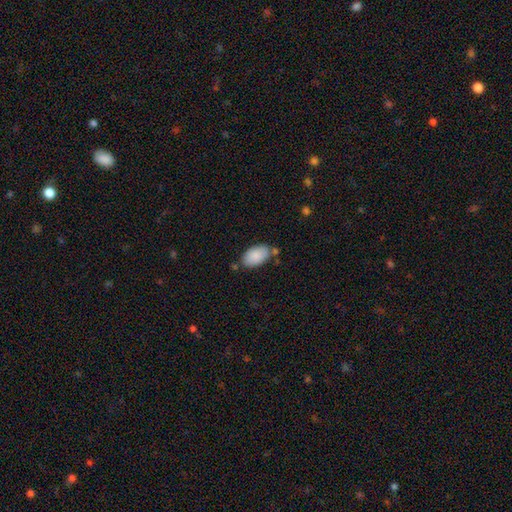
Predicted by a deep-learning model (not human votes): This appears to be a smooth galaxy with no disk features (87%) that is in between round and cigar-shaped (95%). Merging: none (69%).